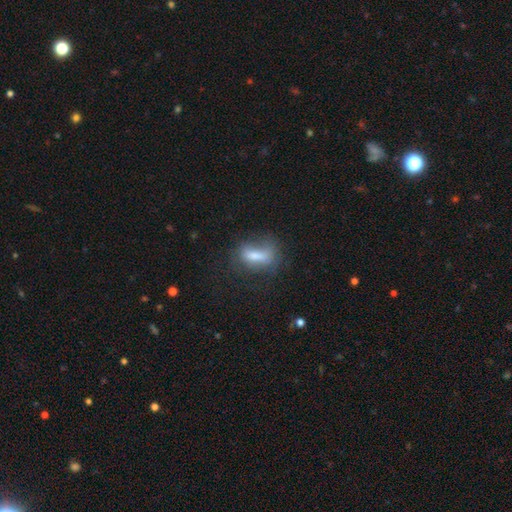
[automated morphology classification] The model was most divided on "merging": none: 47%, minor disturbance: 25%, major disturbance: 24%, merger: 4%. More confident: smooth or featured — smooth (63%); how rounded — in between (63%).